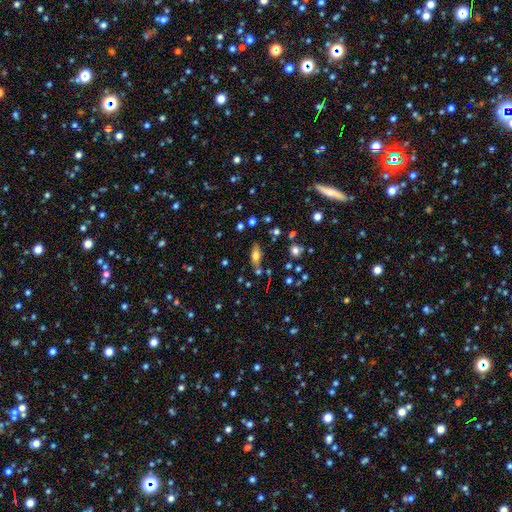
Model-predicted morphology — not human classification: Smooth or featured: smooth — 69% (featured or disk — 19%)
How rounded: in between — 78% (cigar-shaped — 16%)
Merging: none — 65% (minor disturbance — 17%)